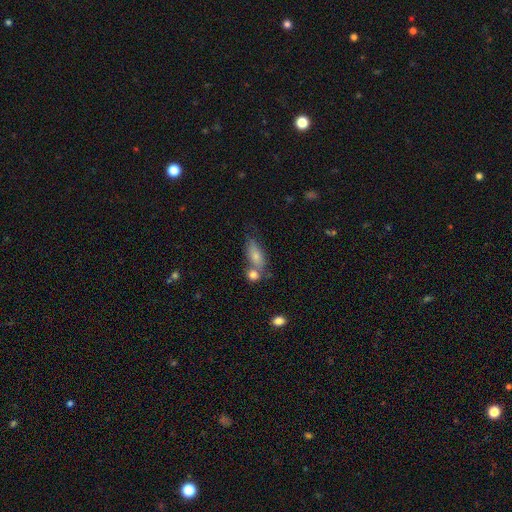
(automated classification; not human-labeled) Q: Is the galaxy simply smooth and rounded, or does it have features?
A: smooth — 75%.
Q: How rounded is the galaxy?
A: in between — 77%.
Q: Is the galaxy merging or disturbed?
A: none — 42%.